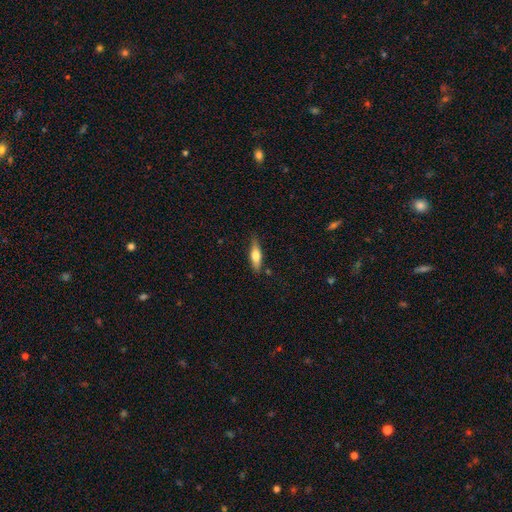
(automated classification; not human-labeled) Overall: smooth (55%; featured or disk 39%). How rounded: cigar-shaped (57%; in between 40%). Merging: none (79%).